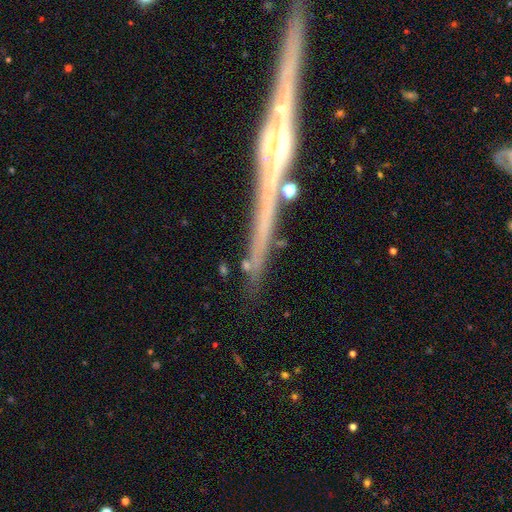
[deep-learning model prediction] Smooth or featured? Predicted: featured or disk (p=0.64). Edge-on disk? Predicted: yes (p=0.94). Edge-on bulge? Predicted: none (p=0.59). Merging? Predicted: none (p=0.79).